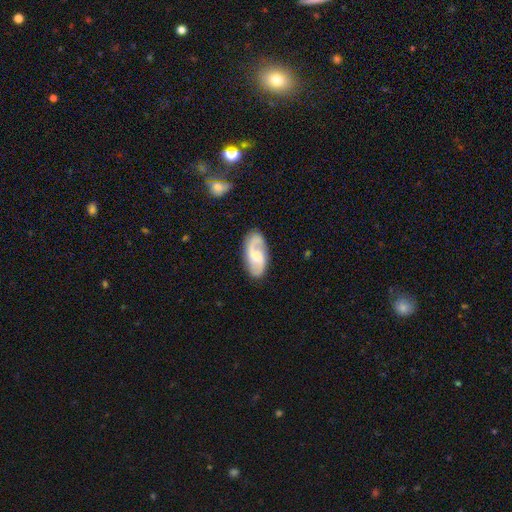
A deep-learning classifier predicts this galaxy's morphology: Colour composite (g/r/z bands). It shows a featured or disk galaxy (74%) with a weak bar (45%), 2 (88%) medium (44%) spiral arms (95%) and a moderate central bulge (31%). Merging: none (81%).